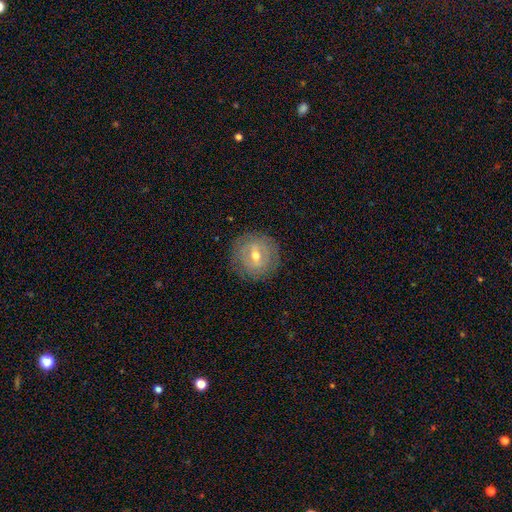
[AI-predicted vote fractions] Smooth or featured: featured or disk — 63% (smooth — 29%)
Edge-on disk: no — 93% (yes — 7%)
Bar: weak — 51% (strong — 28%)
Spiral arms: yes — 51% (no — 49%)
Bulge size: moderate — 64% (small — 32%)
Merging: none — 83% (minor disturbance — 11%)